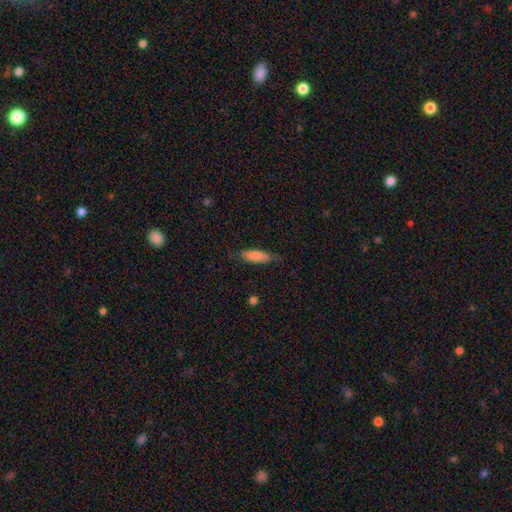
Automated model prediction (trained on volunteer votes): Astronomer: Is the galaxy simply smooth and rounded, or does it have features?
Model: smooth — 82%.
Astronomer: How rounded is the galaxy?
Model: in between — 56% (runner-up: cigar-shaped, 42%).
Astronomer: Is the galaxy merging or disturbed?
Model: none — 74%.